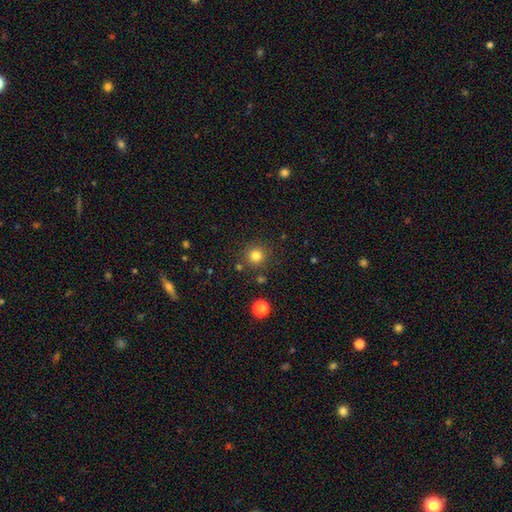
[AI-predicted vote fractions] Overall: smooth (81%). How rounded: round (94%). Merging: none (87%).